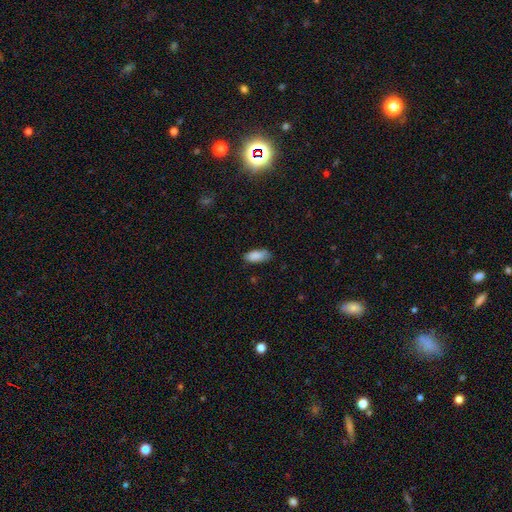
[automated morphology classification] smooth 87%, star or artifact 7%, featured or disk 6%. Down the decision tree: how rounded — in between (85%); merging — none (69%).